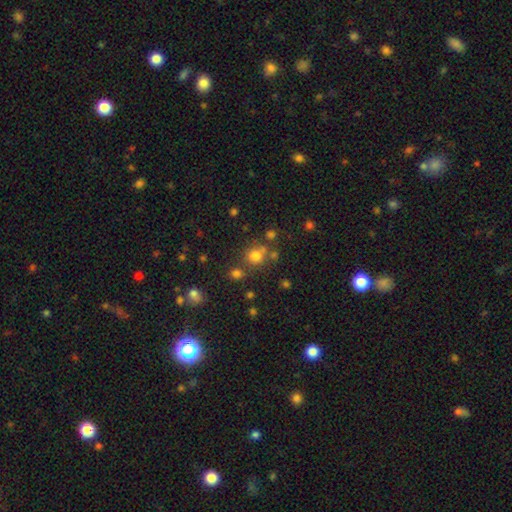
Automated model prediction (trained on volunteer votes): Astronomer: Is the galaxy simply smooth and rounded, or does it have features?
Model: smooth — 73%.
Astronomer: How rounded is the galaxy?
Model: round — 82%.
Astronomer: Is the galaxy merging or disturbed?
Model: none — 64%.